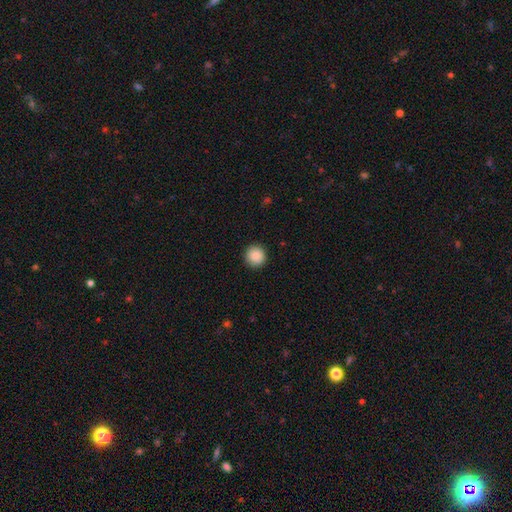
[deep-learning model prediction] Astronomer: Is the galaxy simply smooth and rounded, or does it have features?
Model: smooth — 89%.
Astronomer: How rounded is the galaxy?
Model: round — 95%.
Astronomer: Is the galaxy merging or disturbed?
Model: none — 92%.